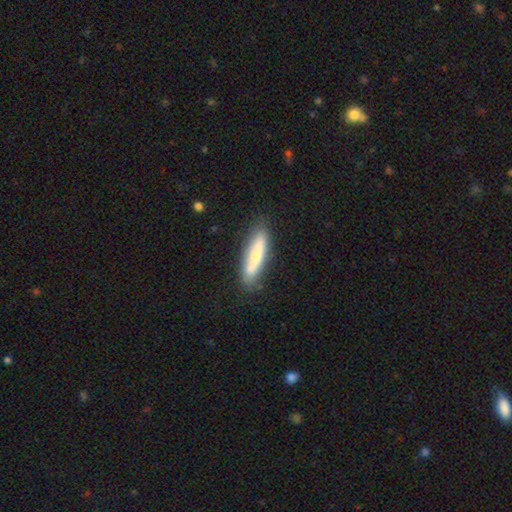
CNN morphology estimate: Smooth or featured? Predicted: smooth (p=0.61). How rounded? Predicted: cigar-shaped (p=0.74). Merging? Predicted: none (p=0.77).